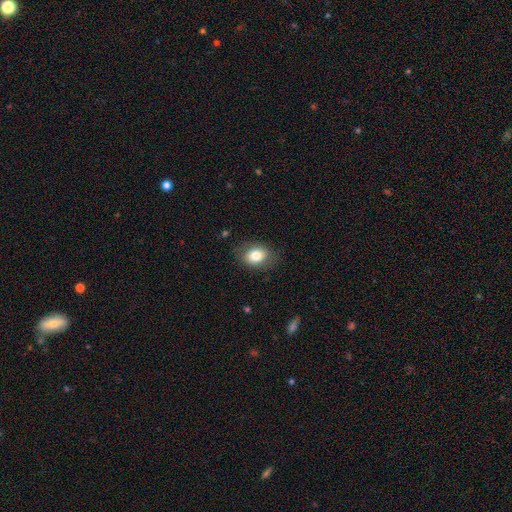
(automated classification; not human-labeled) Morphology: type=smooth (80%); roundness=in between (69%); merging=none (80%).